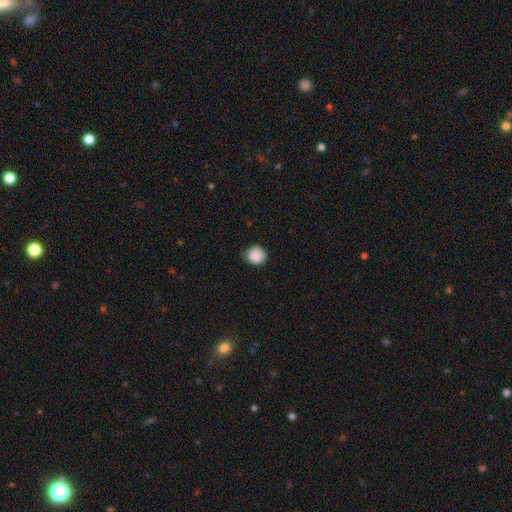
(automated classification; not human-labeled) smooth-or-featured: smooth: 89% | star or artifact: 8% | featured or disk: 3%
  how-rounded: round: 85% | in between: 14% | cigar-shaped: 1%
  merging: none: 74% | minor disturbance: 22% | major disturbance: 3% | merger: 1%